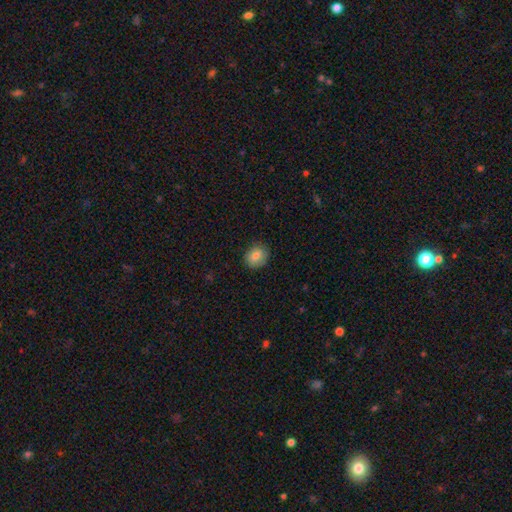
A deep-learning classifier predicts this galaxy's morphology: Smooth or featured? Predicted: smooth (p=0.83). How rounded? Predicted: round (p=0.66). Merging? Predicted: none (p=0.86).